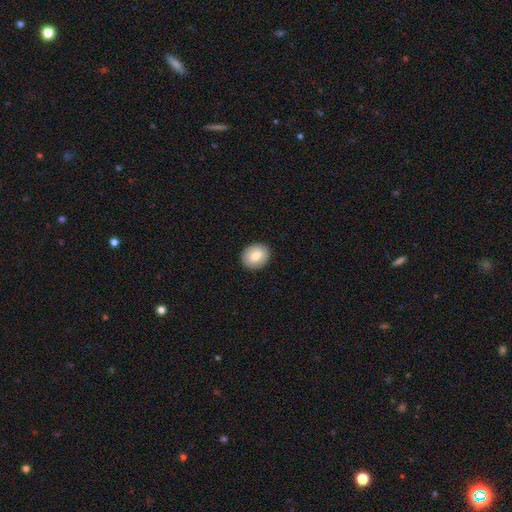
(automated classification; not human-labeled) Morphology: type=smooth (79%); roundness=round (55%); merging=none (90%).